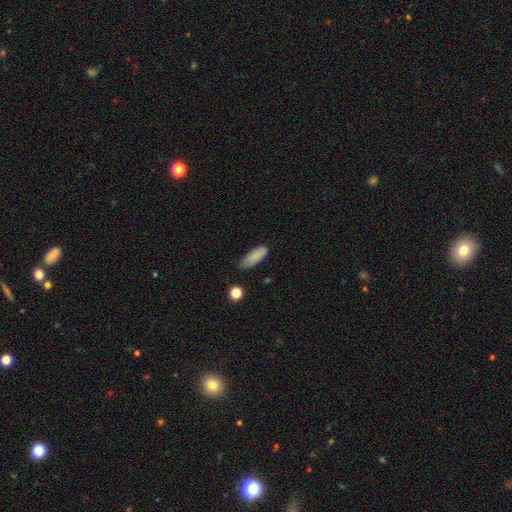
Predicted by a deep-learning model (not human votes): Smooth or featured? Predicted: smooth (p=0.84). How rounded? Predicted: in between (p=0.73). Merging? Predicted: none (p=0.64).